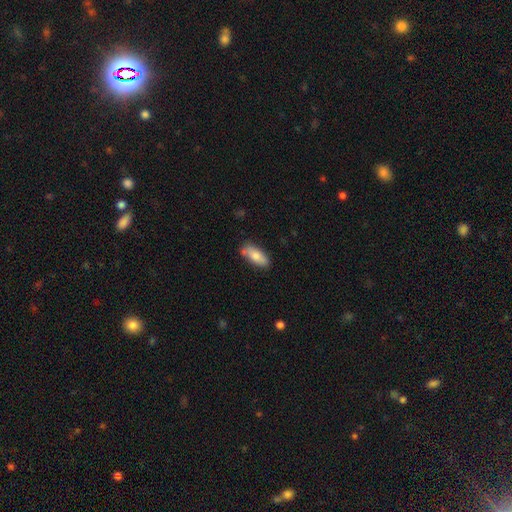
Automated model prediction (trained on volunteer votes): This appears to be a smooth galaxy with no disk features (78%) that is in between round and cigar-shaped (79%). Merging: none (73%).